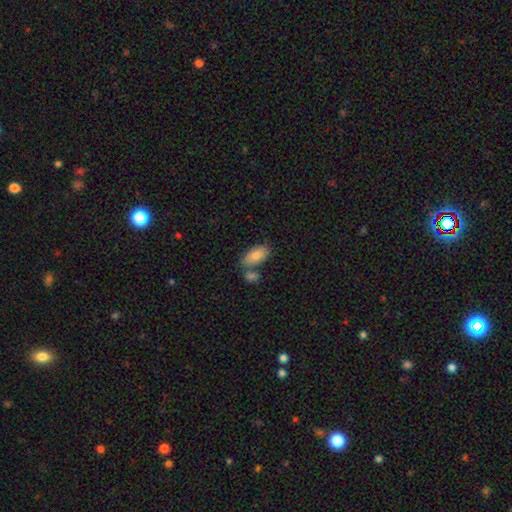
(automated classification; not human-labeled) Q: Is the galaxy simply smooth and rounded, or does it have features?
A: smooth — 84%.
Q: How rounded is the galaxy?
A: in between — 93%.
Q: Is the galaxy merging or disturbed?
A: none — 56%.